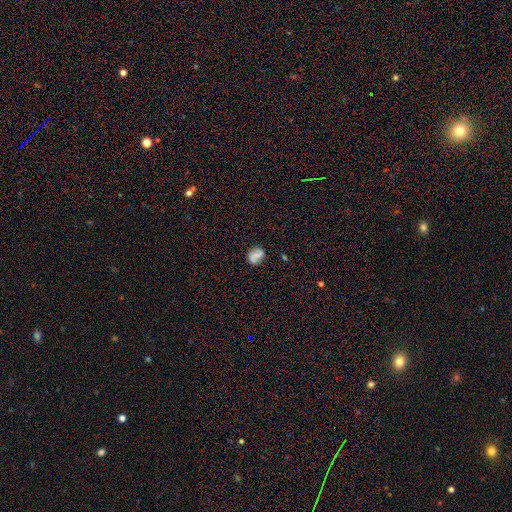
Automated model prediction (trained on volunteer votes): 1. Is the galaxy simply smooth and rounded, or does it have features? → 60% smooth, 26% featured or disk, 14% star or artifact.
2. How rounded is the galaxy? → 52% round, 46% in between, 2% cigar-shaped.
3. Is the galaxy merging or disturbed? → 74% none, 17% minor disturbance, 5% major disturbance, 4% merger.